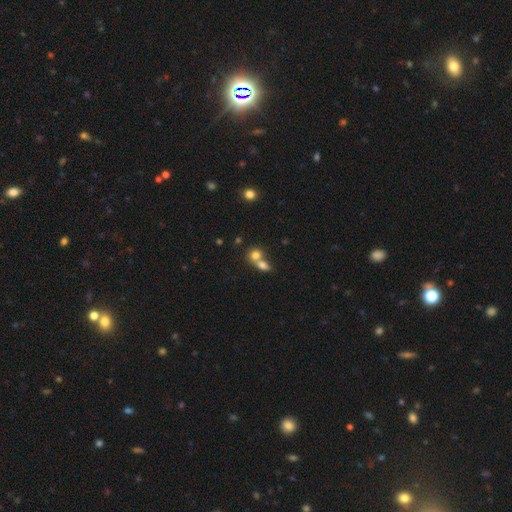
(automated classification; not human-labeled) This is likely a smooth galaxy (77%). How rounded: likely round (63%). Merging: likely merger (62%).